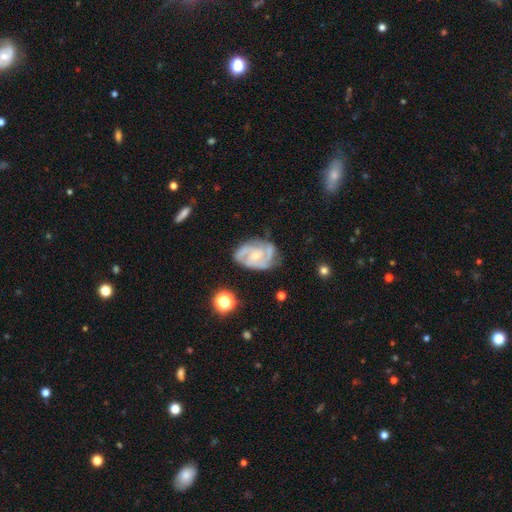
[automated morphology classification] This is clearly a featured or disk galaxy (87%). It is clearly not viewed edge-on (98%). Bar: possibly no (56%). Spiral arm pattern: clearly yes (96%). Spiral arm count: marginally 2 (41%). Spiral winding: possibly tight (48%). Central bulge: possibly small (58%). Merging: likely none (65%).